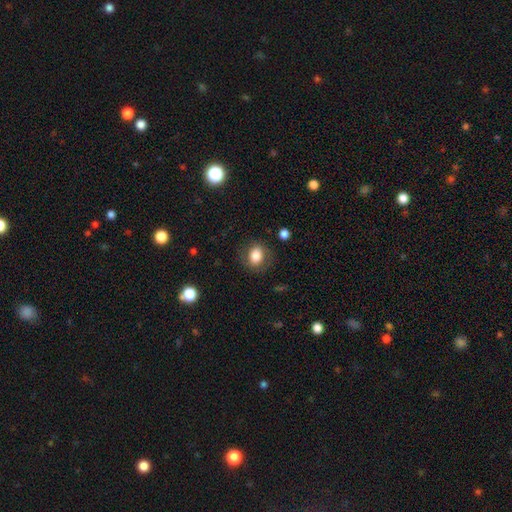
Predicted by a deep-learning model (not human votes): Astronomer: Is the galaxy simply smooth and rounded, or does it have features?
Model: smooth — 78%.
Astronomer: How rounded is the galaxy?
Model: round — 56% (runner-up: in between, 43%).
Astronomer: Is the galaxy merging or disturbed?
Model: none — 78%.